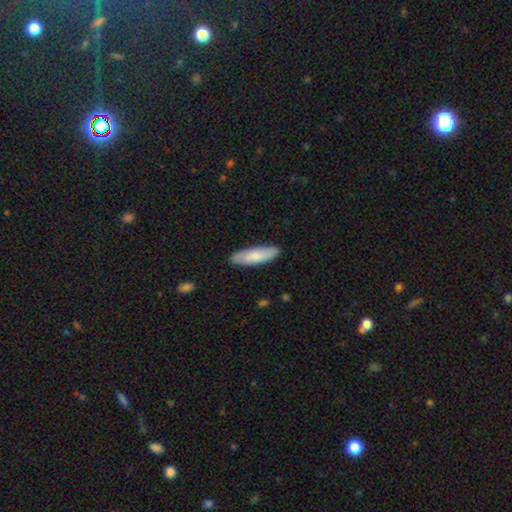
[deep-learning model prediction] Q: Smooth or featured?
A: smooth (78%); runner-up: featured or disk (17%)
Q: How rounded?
A: cigar-shaped (58%); runner-up: in between (41%)
Q: Merging?
A: none (87%); runner-up: minor disturbance (10%)